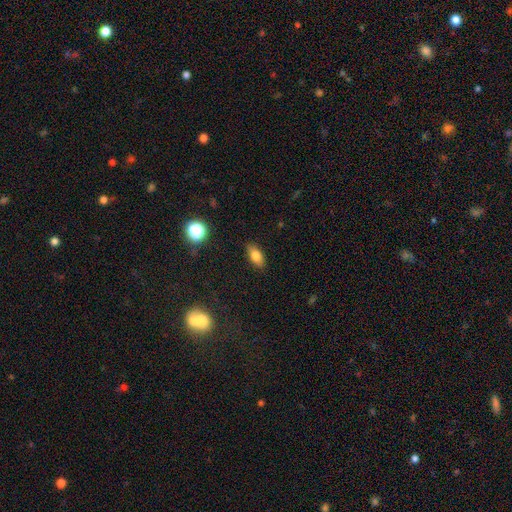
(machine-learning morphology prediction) A smooth galaxy with no disk features (78%) that is in between round and cigar-shaped (84%). Merging: none (86%).